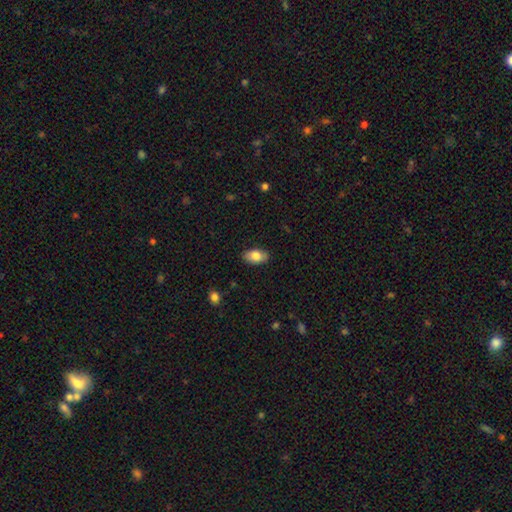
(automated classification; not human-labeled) This is clearly a smooth galaxy (81%). How rounded: clearly in between (91%). Merging: clearly none (86%).